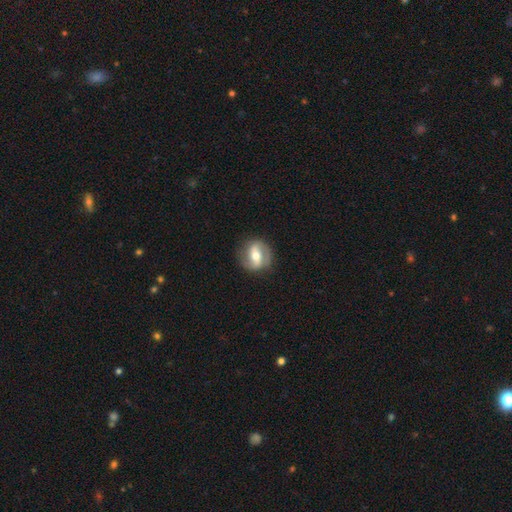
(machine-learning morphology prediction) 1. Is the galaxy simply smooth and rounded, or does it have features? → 66% featured or disk, 28% smooth, 6% star or artifact.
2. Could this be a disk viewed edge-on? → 94% no, 6% yes.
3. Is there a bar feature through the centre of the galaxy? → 50% strong, 31% weak, 19% no.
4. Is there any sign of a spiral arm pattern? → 74% yes, 26% no.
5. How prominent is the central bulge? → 69% moderate, 21% small, 8% large, 1% dominant, 1% none.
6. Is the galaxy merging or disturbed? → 82% none, 13% minor disturbance, 5% major disturbance, 1% merger.